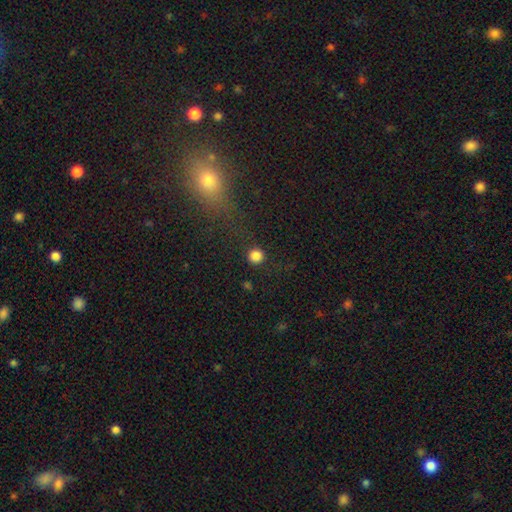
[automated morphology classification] type=smooth (84%); roundness=round (93%); merging=none (89%).